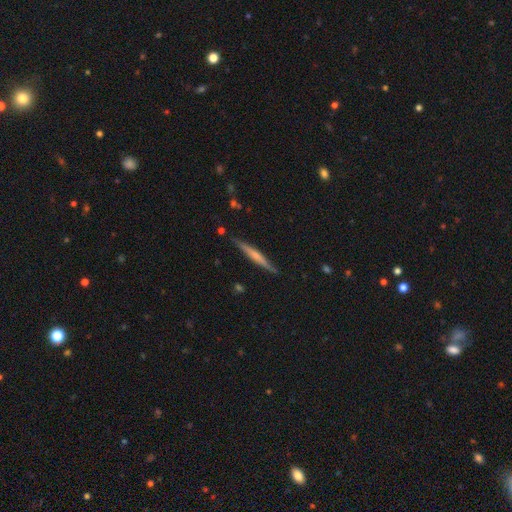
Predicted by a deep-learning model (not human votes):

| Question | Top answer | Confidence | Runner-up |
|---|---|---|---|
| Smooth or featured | featured or disk | 56% | smooth (39%) |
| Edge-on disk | yes | 97% | no (3%) |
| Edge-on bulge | rounded | 44% | none (43%) |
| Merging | none | 88% | minor disturbance (9%) |